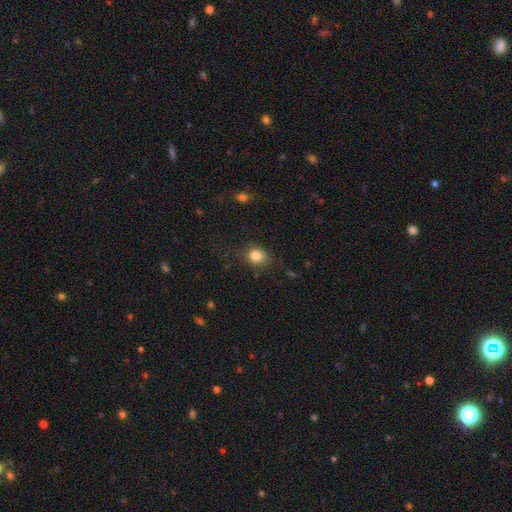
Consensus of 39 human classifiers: smooth-or-featured: smooth: 90% | star or artifact: 10% | featured or disk: 0%
  how-rounded: round: 69% | in between: 29% | cigar-shaped: 3%
  merging: none: 71% | minor disturbance: 20% | merger: 6% | major disturbance: 3%